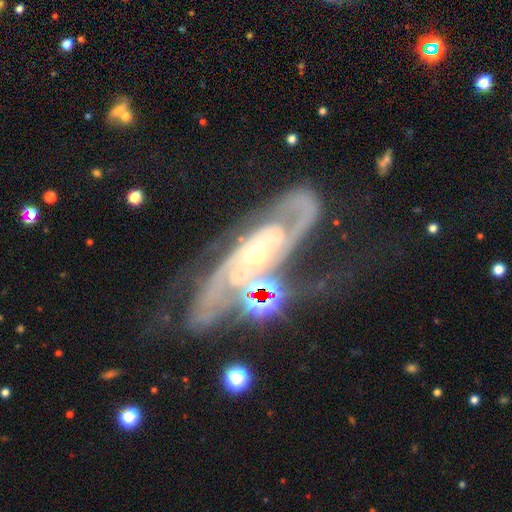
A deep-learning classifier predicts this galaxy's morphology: Q: Smooth or featured?
A: featured or disk (88%); runner-up: star or artifact (6%)
Q: Edge-on disk?
A: no (92%); runner-up: yes (8%)
Q: Bar?
A: no (62%); runner-up: weak (25%)
Q: Spiral arms?
A: yes (95%); runner-up: no (5%)
Q: Spiral winding?
A: tight (49%); runner-up: medium (39%)
Q: Spiral arm count?
A: 2 (57%); runner-up: can't tell (18%)
Q: Bulge size?
A: small (51%); runner-up: moderate (43%)
Q: Merging?
A: none (45%); runner-up: major disturbance (23%)